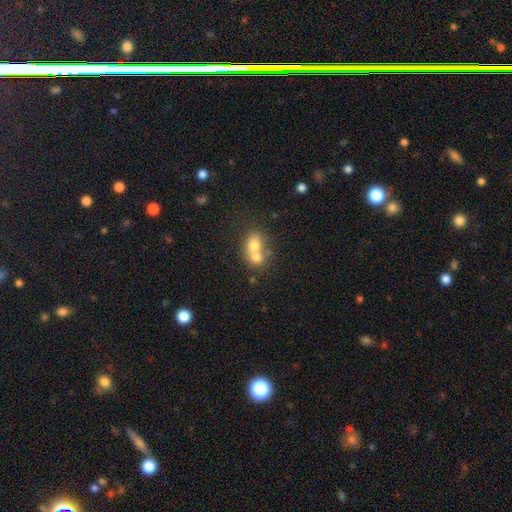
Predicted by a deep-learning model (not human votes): Smooth or featured?
  - smooth: 68% *
  - featured or disk: 21%
  - star or artifact: 11%
How rounded?
  - round: 58% *
  - in between: 41%
  - cigar-shaped: 1%
Merging?
  - merger: 69% *
  - none: 22%
  - minor disturbance: 6%
  - major disturbance: 3%